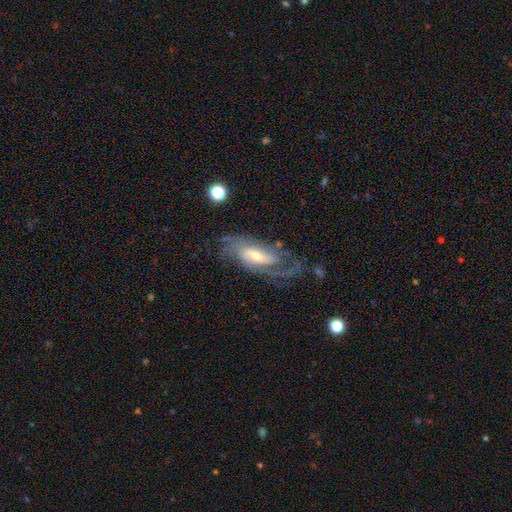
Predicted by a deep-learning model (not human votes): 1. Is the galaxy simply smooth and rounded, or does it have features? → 83% featured or disk, 11% smooth, 6% star or artifact.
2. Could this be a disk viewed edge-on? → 91% no, 9% yes.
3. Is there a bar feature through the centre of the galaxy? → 42% weak, 37% no, 21% strong.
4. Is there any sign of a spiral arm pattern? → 93% yes, 7% no.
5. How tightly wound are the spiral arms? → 43% medium, 39% tight, 19% loose.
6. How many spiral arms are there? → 39% 2, 29% can't tell, 14% 3, 9% 1, 5% 4, 4% more than 4.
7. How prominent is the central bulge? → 47% moderate, 45% small, 5% large, 2% none, 1% dominant.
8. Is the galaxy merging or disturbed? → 59% none, 21% minor disturbance, 19% major disturbance, 2% merger.